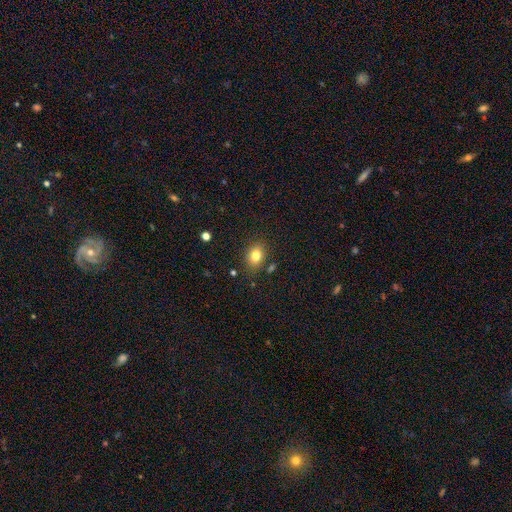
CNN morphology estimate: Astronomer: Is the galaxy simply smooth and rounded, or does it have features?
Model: smooth — 80%.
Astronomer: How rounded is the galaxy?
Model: in between — 64%.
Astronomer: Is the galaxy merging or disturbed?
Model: none — 82%.